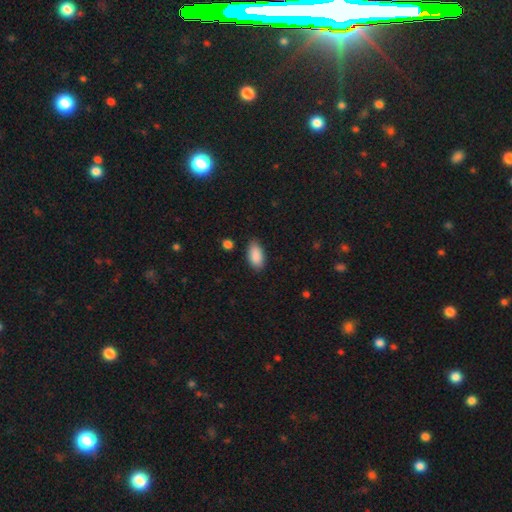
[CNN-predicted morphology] Smooth or featured? Predicted: smooth (p=0.89). How rounded? Predicted: in between (p=0.93). Merging? Predicted: none (p=0.83).